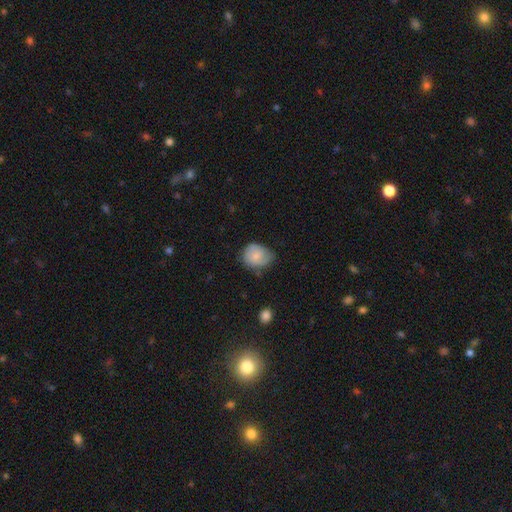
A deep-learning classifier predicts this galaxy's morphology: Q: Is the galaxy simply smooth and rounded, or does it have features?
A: smooth — 69%.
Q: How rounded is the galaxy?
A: round — 53%.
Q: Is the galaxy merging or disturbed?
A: none — 50%.